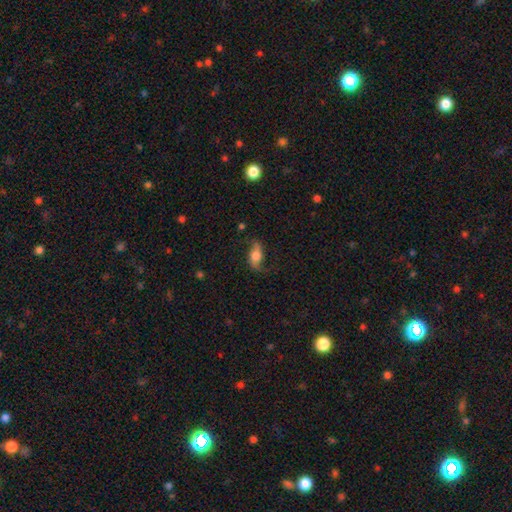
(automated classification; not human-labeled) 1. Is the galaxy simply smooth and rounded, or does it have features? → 61% featured or disk, 31% smooth, 8% star or artifact.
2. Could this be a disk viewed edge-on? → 87% no, 13% yes.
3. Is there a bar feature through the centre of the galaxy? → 54% no, 30% weak, 16% strong.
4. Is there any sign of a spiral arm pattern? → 89% yes, 11% no.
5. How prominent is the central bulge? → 39% moderate, 37% large, 11% small, 8% dominant, 5% none.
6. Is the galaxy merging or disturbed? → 67% none, 19% minor disturbance, 13% major disturbance, 2% merger.